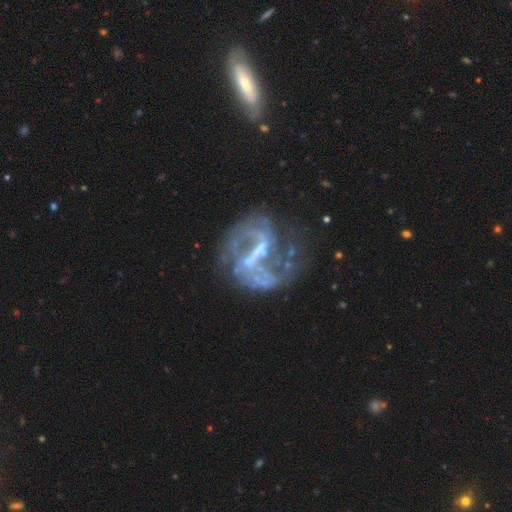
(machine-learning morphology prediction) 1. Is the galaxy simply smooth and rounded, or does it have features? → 84% featured or disk, 9% star or artifact, 7% smooth.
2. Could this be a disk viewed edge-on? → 97% no, 3% yes.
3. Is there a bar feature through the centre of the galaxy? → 46% strong, 39% weak, 15% no.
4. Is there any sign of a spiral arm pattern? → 79% yes, 21% no.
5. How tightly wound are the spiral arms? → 45% loose, 40% medium, 15% tight.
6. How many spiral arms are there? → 70% 2, 15% can't tell, 6% 1, 4% 3, 2% 4, 2% more than 4.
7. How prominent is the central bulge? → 40% none, 36% small, 20% moderate, 3% large, 1% dominant.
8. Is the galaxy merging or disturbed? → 51% none, 24% major disturbance, 18% minor disturbance, 7% merger.